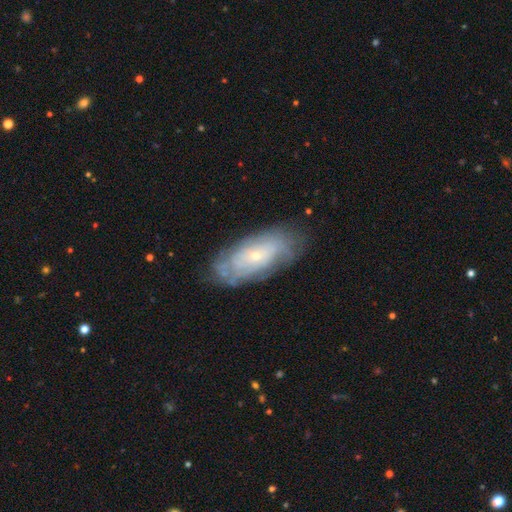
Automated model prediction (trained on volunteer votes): Smooth or featured? featured or disk (66%)
Edge-on disk? no (89%)
Bar? no (80%)
Spiral arms? yes (75%)
Bulge size? small (80%)
Merging? none (75%)